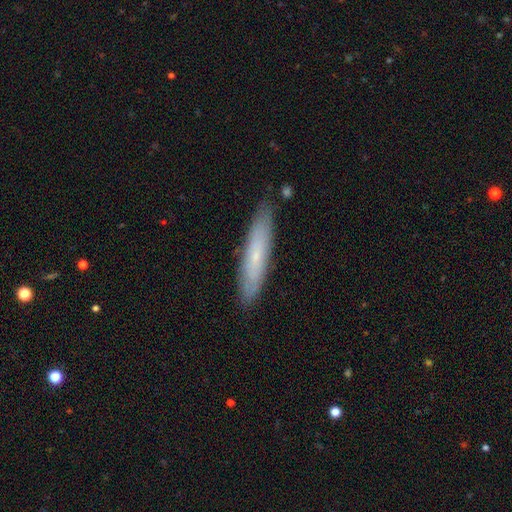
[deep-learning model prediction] Smooth or featured? Predicted: smooth (p=0.51). How rounded? Predicted: cigar-shaped (p=0.86). Merging? Predicted: none (p=0.85).